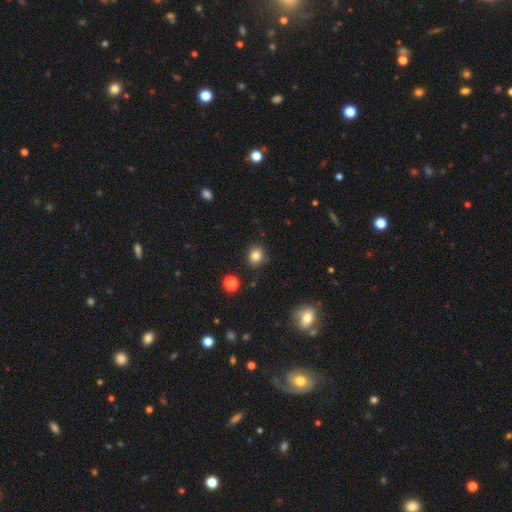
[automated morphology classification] Smooth or featured: smooth — 83% (star or artifact — 11%)
How rounded: round — 77% (in between — 22%)
Merging: none — 84% (minor disturbance — 12%)